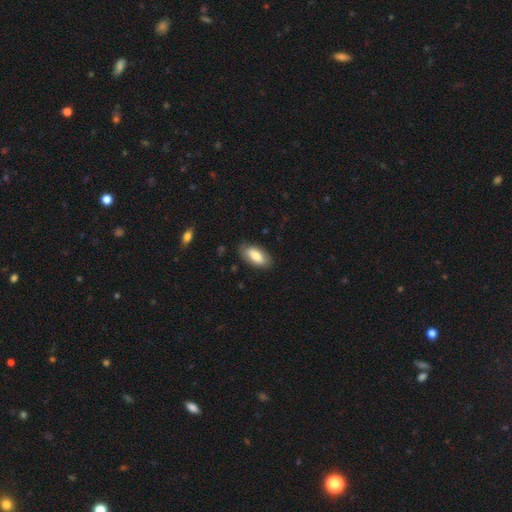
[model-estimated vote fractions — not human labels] Smooth or featured? Predicted: smooth (p=0.77). How rounded? Predicted: in between (p=0.92). Merging? Predicted: none (p=0.82).